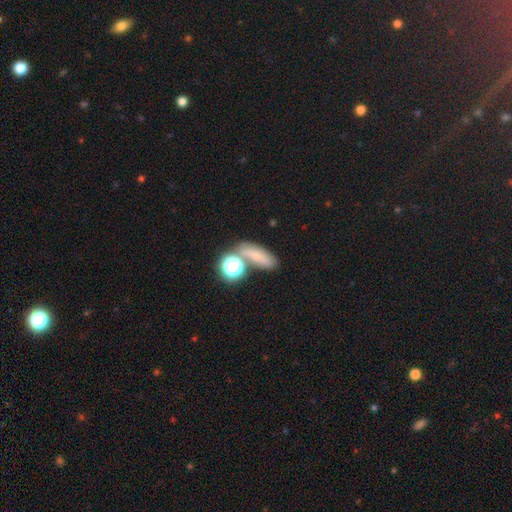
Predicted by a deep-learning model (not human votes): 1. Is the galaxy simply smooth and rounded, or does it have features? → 62% smooth, 20% star or artifact, 18% featured or disk.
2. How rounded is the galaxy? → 48% in between, 26% round, 26% cigar-shaped.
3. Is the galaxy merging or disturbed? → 56% none, 22% merger, 14% minor disturbance, 7% major disturbance.